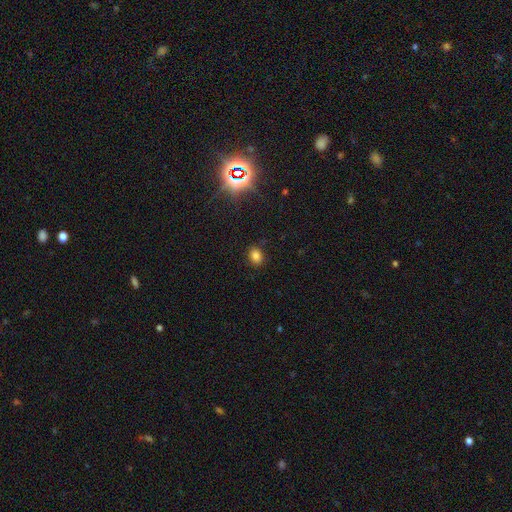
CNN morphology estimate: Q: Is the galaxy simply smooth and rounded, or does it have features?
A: smooth — 80%.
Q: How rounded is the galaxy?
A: in between — 54%.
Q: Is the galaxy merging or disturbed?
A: none — 85%.